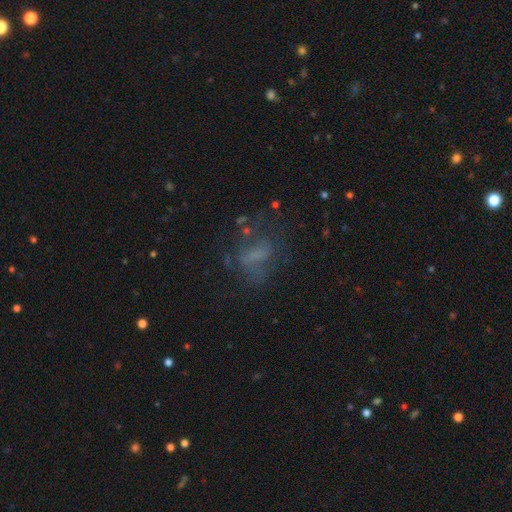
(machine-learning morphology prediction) Smooth or featured? Predicted: smooth (p=0.41). Merging? Predicted: none (p=0.48).